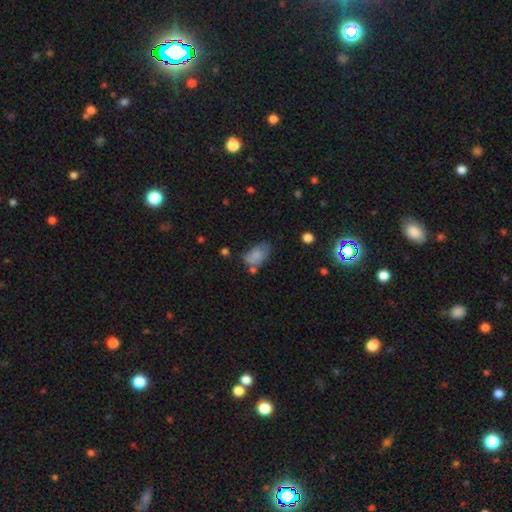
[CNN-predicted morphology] type=smooth (68%); roundness=in between (89%); merging=none (40%).